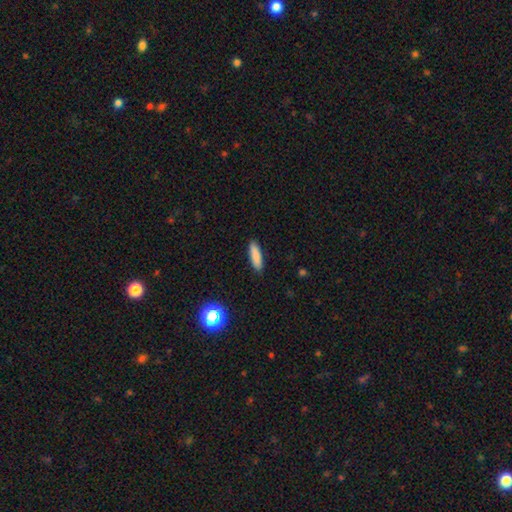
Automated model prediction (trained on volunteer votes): Smooth or featured? Predicted: smooth (p=0.85). How rounded? Predicted: cigar-shaped (p=0.64). Merging? Predicted: none (p=0.89).